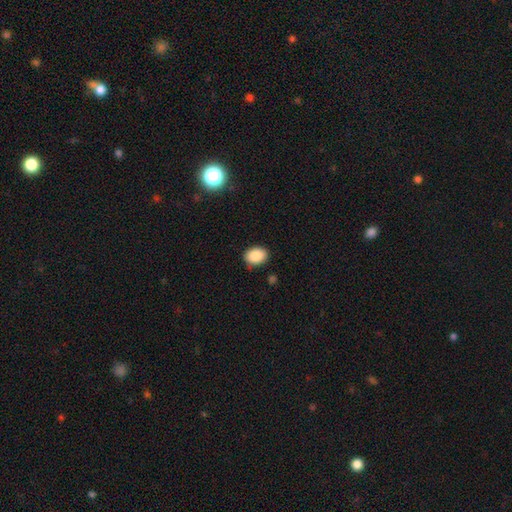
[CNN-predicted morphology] This is clearly a smooth galaxy (88%). How rounded: likely in between (71%). Merging: clearly none (86%).